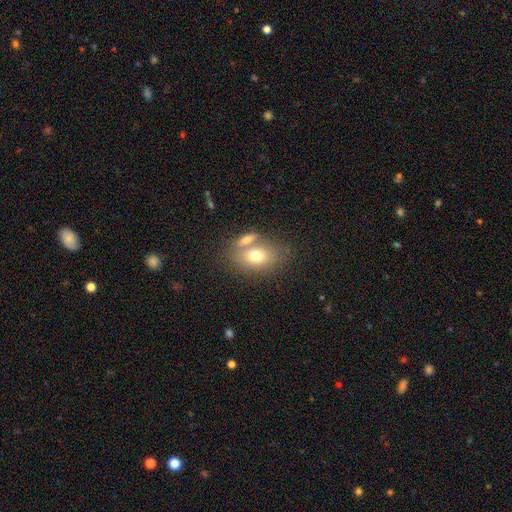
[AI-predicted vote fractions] Morphology: type=smooth (72%); roundness=in between (80%); merging=none (47%).